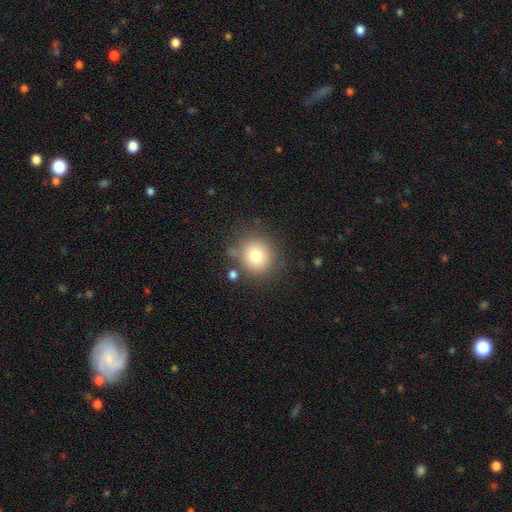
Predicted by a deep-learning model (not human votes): smooth-or-featured: smooth: 78% | star or artifact: 12% | featured or disk: 10%
  how-rounded: round: 87% | in between: 12% | cigar-shaped: 1%
  merging: none: 78% | minor disturbance: 12% | merger: 5% | major disturbance: 5%